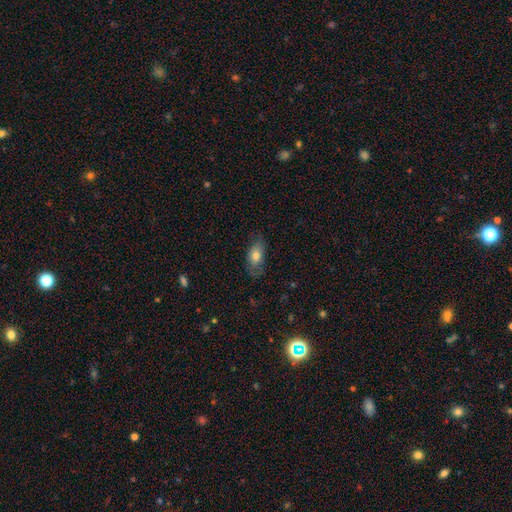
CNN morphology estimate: The model was most divided on "merging": none: 64%, minor disturbance: 25%, major disturbance: 10%, merger: 1%. More confident: how rounded — in between (88%); smooth or featured — smooth (68%).